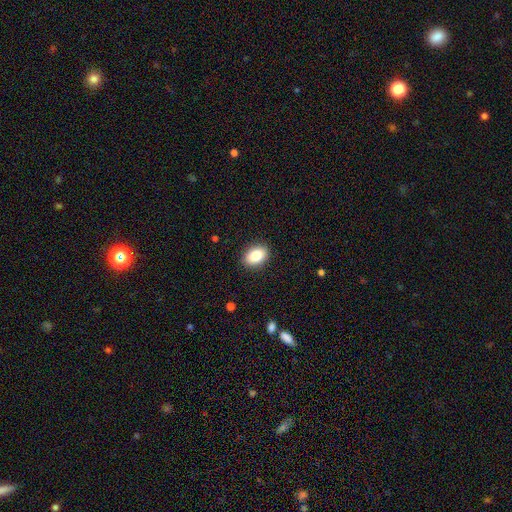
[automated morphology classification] smooth-or-featured: smooth: 84% | star or artifact: 8% | featured or disk: 8%
  how-rounded: in between: 80% | round: 19% | cigar-shaped: 1%
  merging: none: 89% | minor disturbance: 8% | major disturbance: 2% | merger: 1%